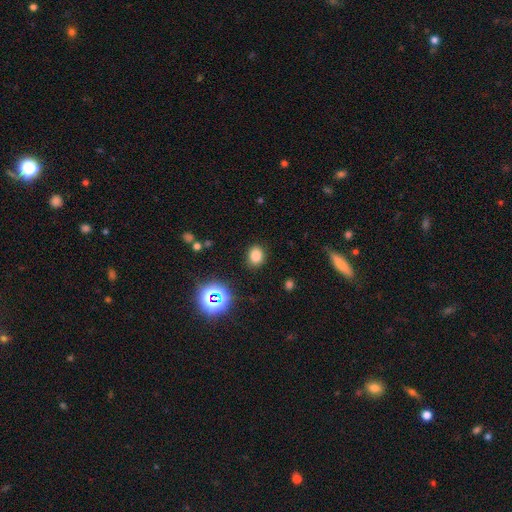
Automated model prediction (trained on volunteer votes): smooth-or-featured: smooth: 78% | star or artifact: 16% | featured or disk: 5%
  how-rounded: round: 53% | in between: 46% | cigar-shaped: 1%
  merging: none: 87% | minor disturbance: 8% | major disturbance: 3% | merger: 1%